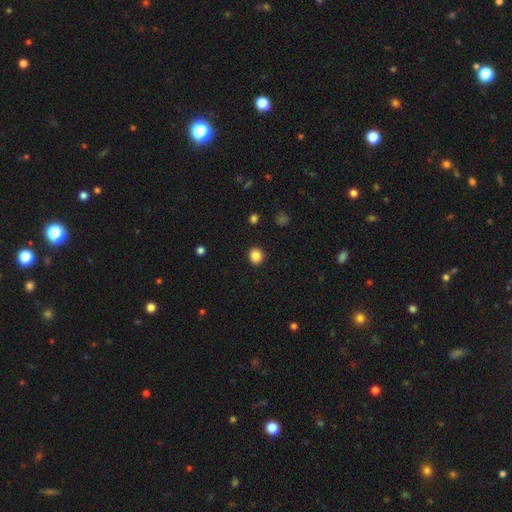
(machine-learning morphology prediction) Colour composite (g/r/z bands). It shows a smooth galaxy with no disk features (85%) that is round (84%). Merging: none (92%).